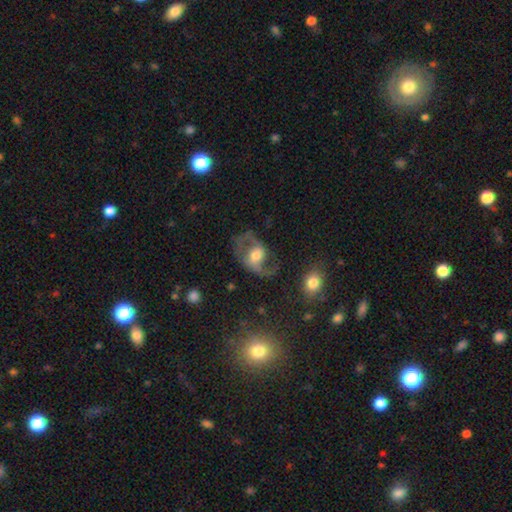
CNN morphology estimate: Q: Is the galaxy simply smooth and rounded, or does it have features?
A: featured or disk — 75%.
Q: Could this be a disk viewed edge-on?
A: no — 95%.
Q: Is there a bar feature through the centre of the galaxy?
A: weak — 41%.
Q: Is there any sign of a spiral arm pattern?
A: yes — 82%.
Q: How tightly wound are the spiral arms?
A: loose — 49%.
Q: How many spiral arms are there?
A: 2 — 86%.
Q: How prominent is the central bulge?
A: moderate — 61%.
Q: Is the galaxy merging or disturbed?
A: none — 58%.